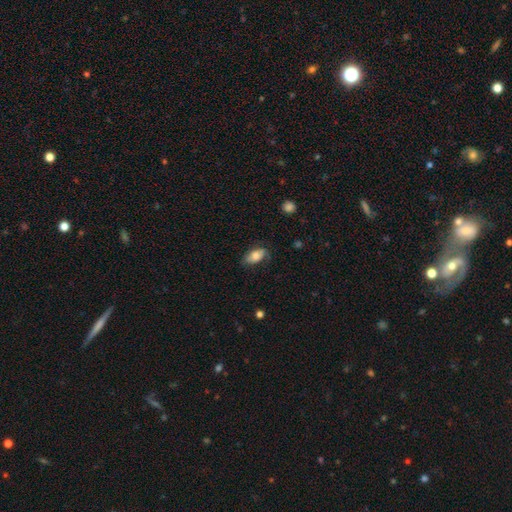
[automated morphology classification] A smooth galaxy with no disk features (71%) that is in between round and cigar-shaped (90%). Merging: none (68%).